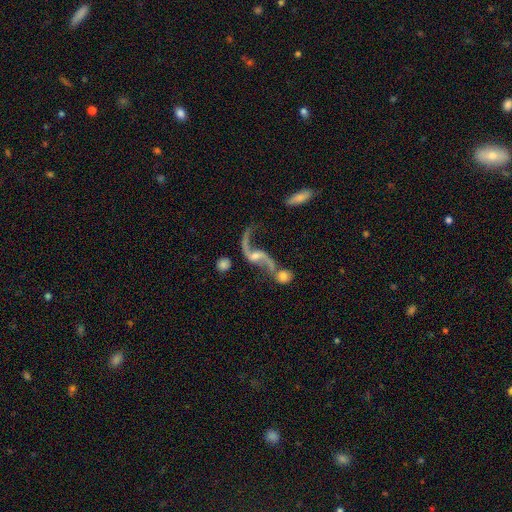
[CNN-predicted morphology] A featured or disk galaxy (82%) with no bar (56%), 2 (83%) loose (91%) spiral arms (88%) and a small central bulge (49%). Merging: merger (40%).